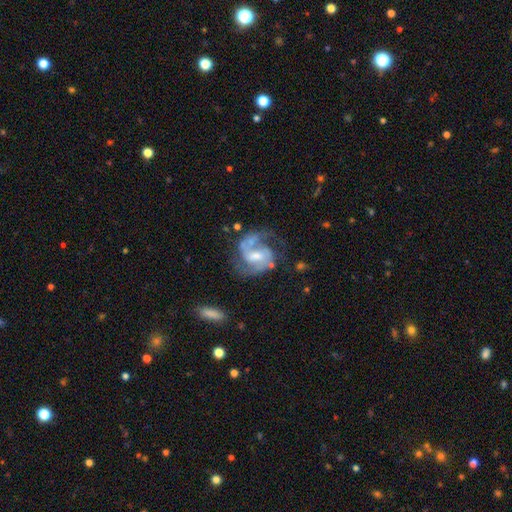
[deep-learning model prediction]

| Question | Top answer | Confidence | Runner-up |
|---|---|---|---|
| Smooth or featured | featured or disk | 87% | smooth (8%) |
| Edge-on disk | no | 98% | yes (2%) |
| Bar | weak | 52% | no (27%) |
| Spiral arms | yes | 96% | no (4%) |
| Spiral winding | medium | 57% | loose (24%) |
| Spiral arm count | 2 | 84% | 1 (6%) |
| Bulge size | moderate | 49% | small (38%) |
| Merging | none | 56% | minor disturbance (19%) |